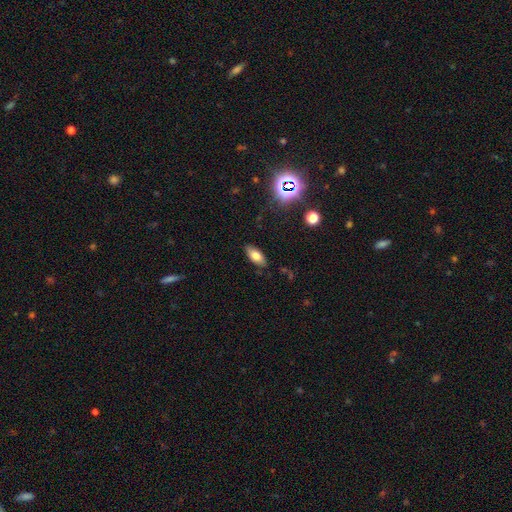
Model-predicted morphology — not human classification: A smooth galaxy with no disk features (75%) that is in between round and cigar-shaped (86%).

Vote fractions:
- Smooth or featured? smooth: 75% / featured or disk: 14% / star or artifact: 11%
- How rounded? in between: 86% / cigar-shaped: 11% / round: 3%
- Merging? none: 85% / minor disturbance: 11% / major disturbance: 2% / merger: 1%